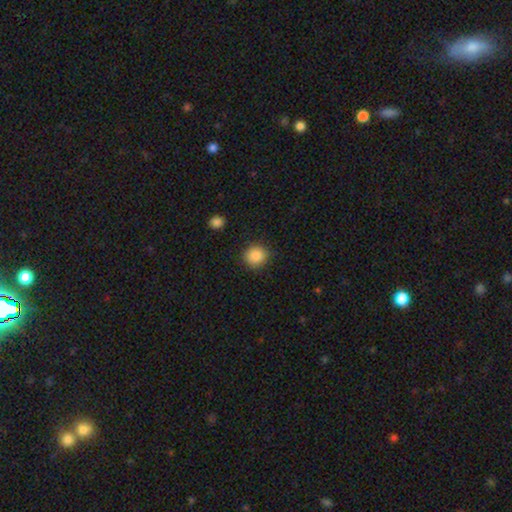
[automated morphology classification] Overall: smooth (88%). How rounded: round (89%). Merging: none (86%).